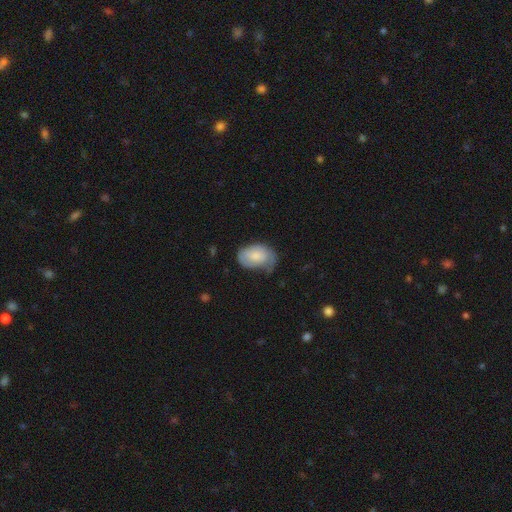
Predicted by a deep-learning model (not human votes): The model was most divided on "merging": none: 48%, minor disturbance: 36%, major disturbance: 15%, merger: 2%. More confident: how rounded — in between (88%); smooth or featured — smooth (62%).